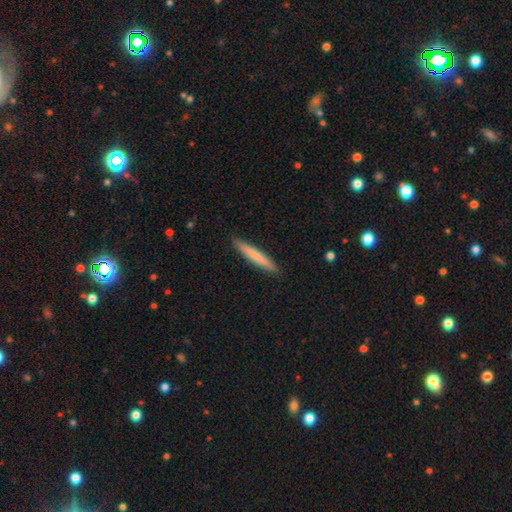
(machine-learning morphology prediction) smooth 74%, featured or disk 21%, star or artifact 5%. Down the decision tree: how rounded — cigar-shaped (96%); merging — none (92%).